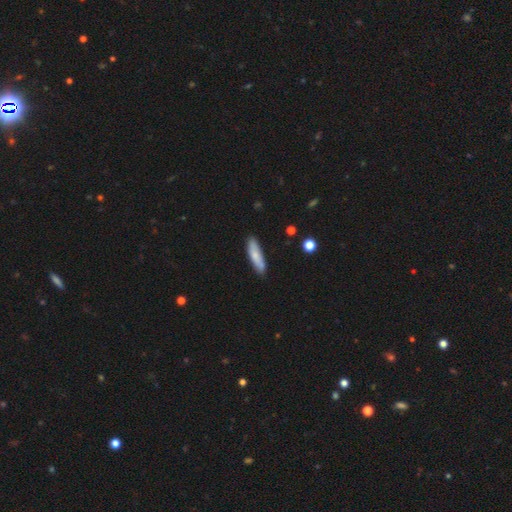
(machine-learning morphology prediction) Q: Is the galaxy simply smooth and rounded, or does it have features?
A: smooth — 74%.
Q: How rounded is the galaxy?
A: cigar-shaped — 68%.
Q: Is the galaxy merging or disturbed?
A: none — 82%.